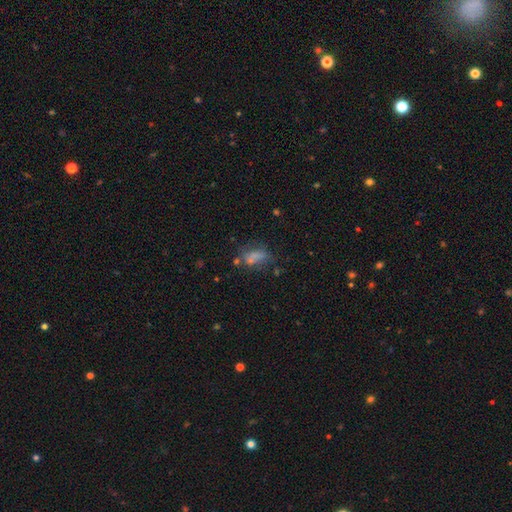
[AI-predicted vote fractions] The model was most divided on "merging": none: 39%, minor disturbance: 22%, major disturbance: 22%, merger: 17%. More confident: how rounded — in between (80%); smooth or featured — smooth (60%).